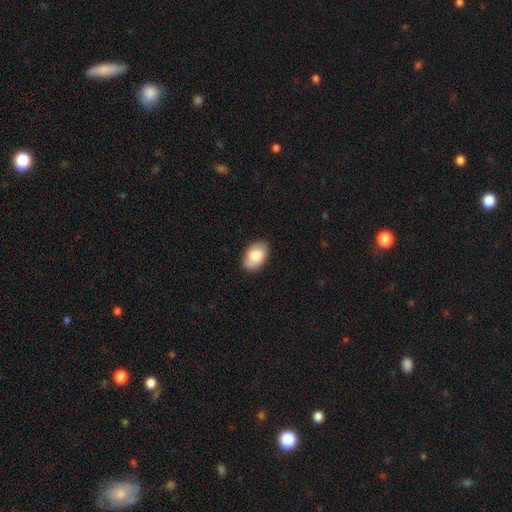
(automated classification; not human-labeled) Smooth or featured? Predicted: smooth (p=0.81). How rounded? Predicted: in between (p=0.92). Merging? Predicted: none (p=0.87).